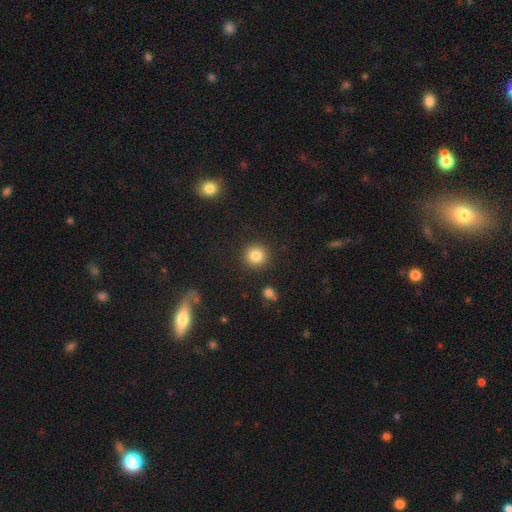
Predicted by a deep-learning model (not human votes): Smooth or featured? smooth (85%)
How rounded? round (93%)
Merging? none (90%)